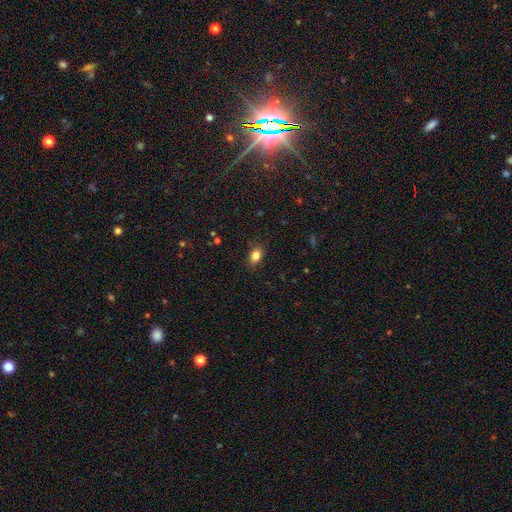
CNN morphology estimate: This is clearly a smooth galaxy (83%). How rounded: likely in between (77%). Merging: clearly none (85%).